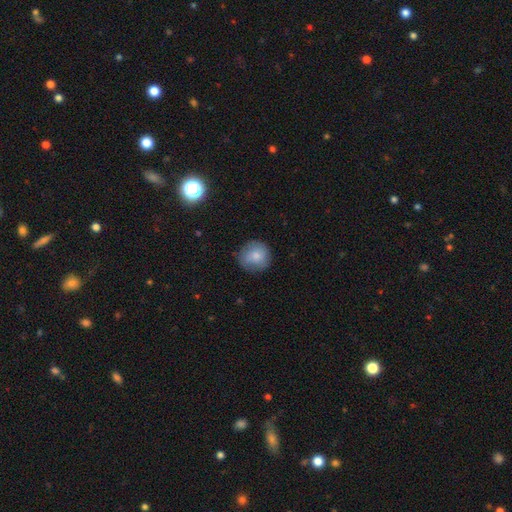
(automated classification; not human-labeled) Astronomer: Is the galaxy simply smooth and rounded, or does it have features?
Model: smooth — 79%.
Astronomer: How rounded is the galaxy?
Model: round — 92%.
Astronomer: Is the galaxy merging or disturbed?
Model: none — 79%.